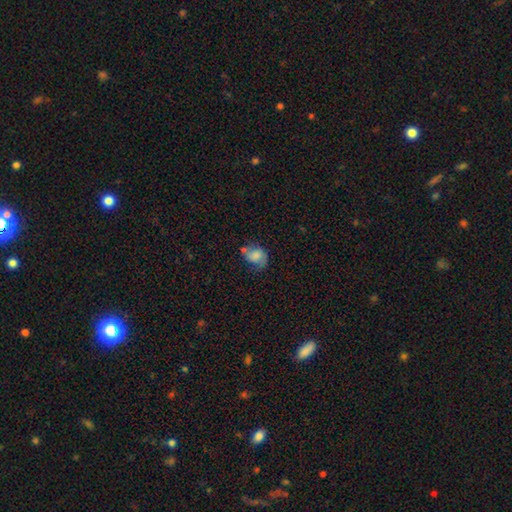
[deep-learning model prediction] Morphology: type=smooth (61%); roundness=in between (57%); merging=none (38%).